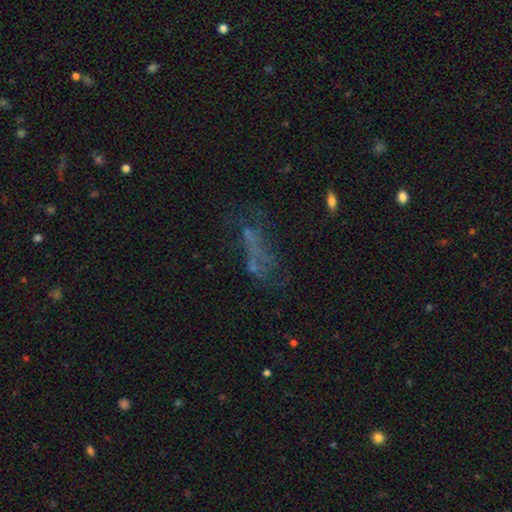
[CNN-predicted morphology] Overall: featured or disk (41%; smooth 31%). Merging: none (42%; major disturbance 32%).